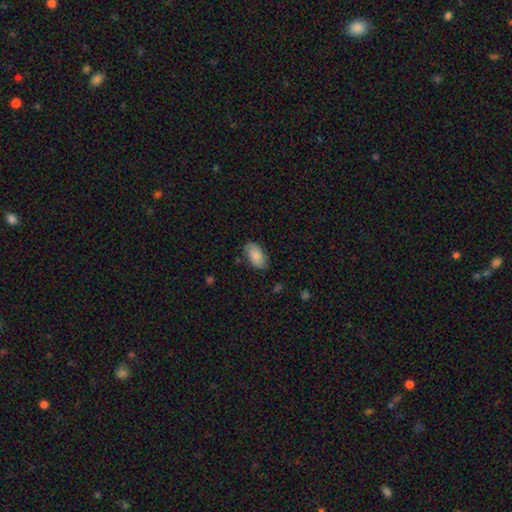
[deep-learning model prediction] This appears to be a smooth galaxy with no disk features (77%) that is in between round and cigar-shaped (94%). Merging: none (75%).